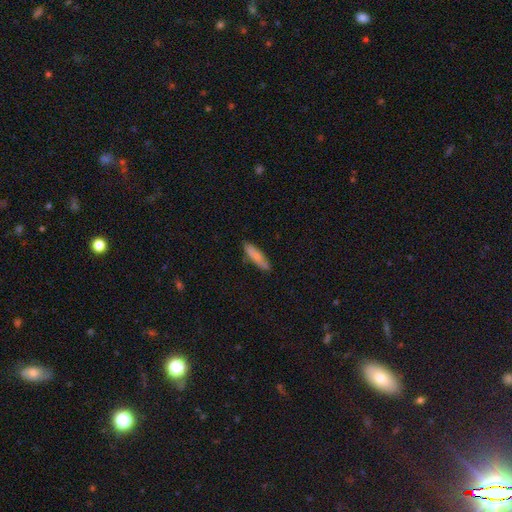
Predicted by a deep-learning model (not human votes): This is likely a smooth galaxy (75%). How rounded: likely cigar-shaped (66%). Merging: likely none (79%).